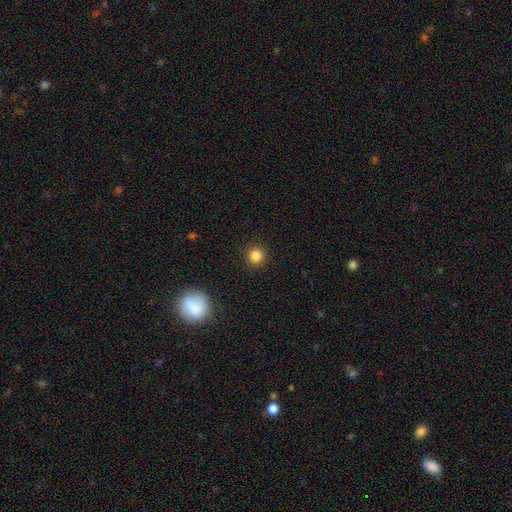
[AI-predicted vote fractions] Smooth or featured: smooth — 84% (star or artifact — 12%)
How rounded: round — 93% (in between — 6%)
Merging: none — 92% (minor disturbance — 5%)